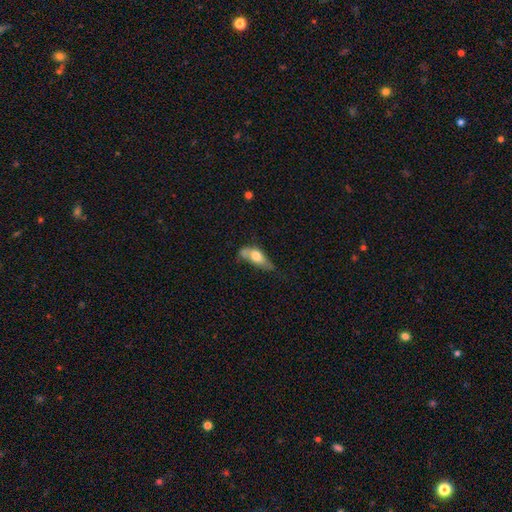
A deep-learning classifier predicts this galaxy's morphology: This appears to be a smooth galaxy with no disk features (62%) that is in between round and cigar-shaped (72%). Merging: minor disturbance (33%).